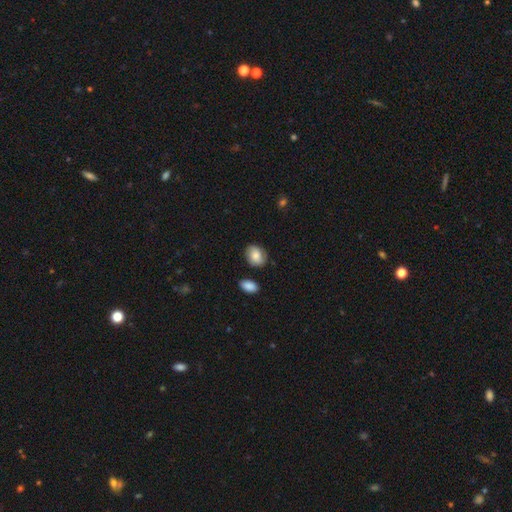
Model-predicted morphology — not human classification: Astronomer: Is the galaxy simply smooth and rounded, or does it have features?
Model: smooth — 83%.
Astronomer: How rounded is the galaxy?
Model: in between — 65%.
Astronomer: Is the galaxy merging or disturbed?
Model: none — 80%.